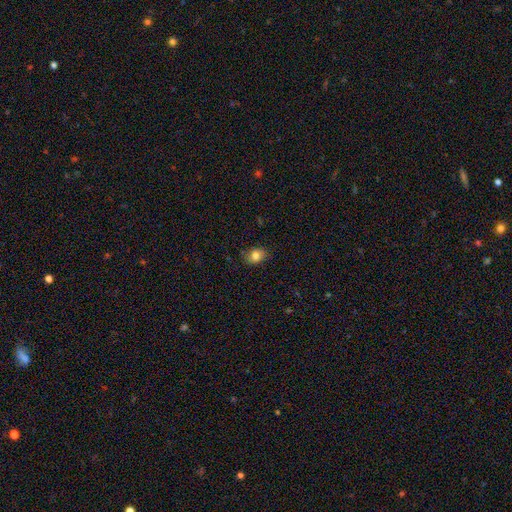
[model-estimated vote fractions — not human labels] Smooth or featured? smooth (82%)
How rounded? in between (65%)
Merging? none (83%)